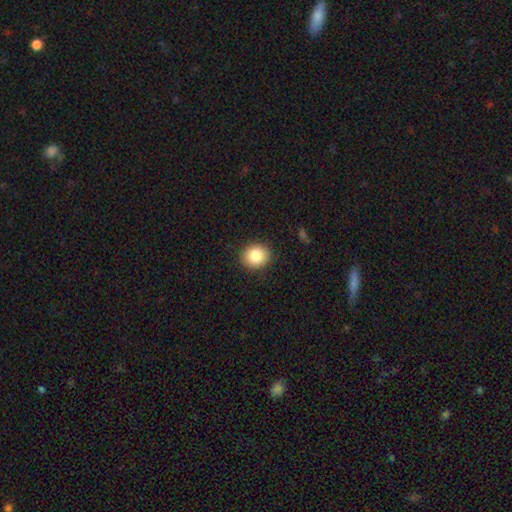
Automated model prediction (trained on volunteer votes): This appears to be a smooth galaxy with no disk features (86%) that is round (75%). Merging: none (90%).